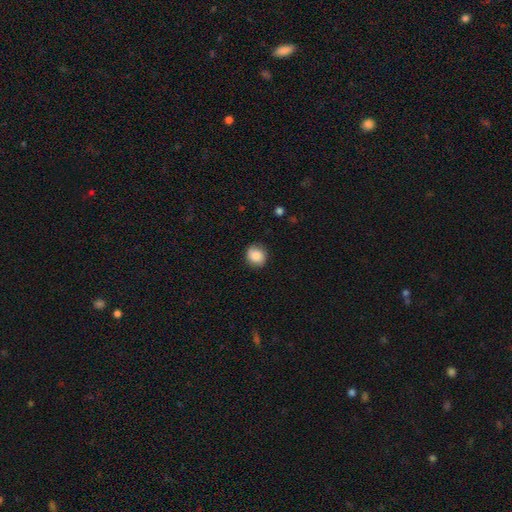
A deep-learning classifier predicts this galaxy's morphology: The model was most divided on "merging": none: 80%, minor disturbance: 15%, major disturbance: 4%, merger: 1%. More confident: how rounded — round (83%); smooth or featured — smooth (81%).